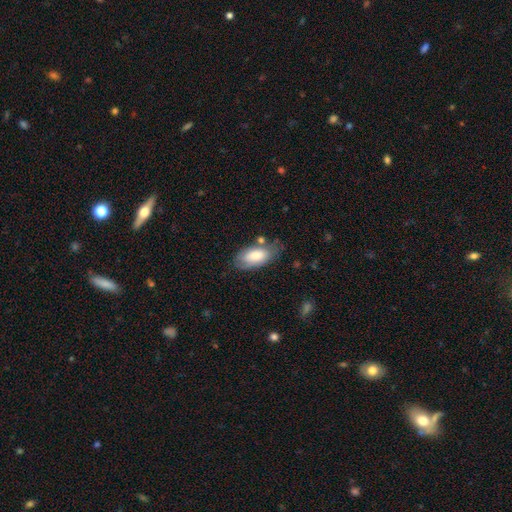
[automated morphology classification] The model was most divided on "merging": none: 61%, minor disturbance: 26%, major disturbance: 8%, merger: 6%. More confident: how rounded — in between (92%); smooth or featured — smooth (73%).